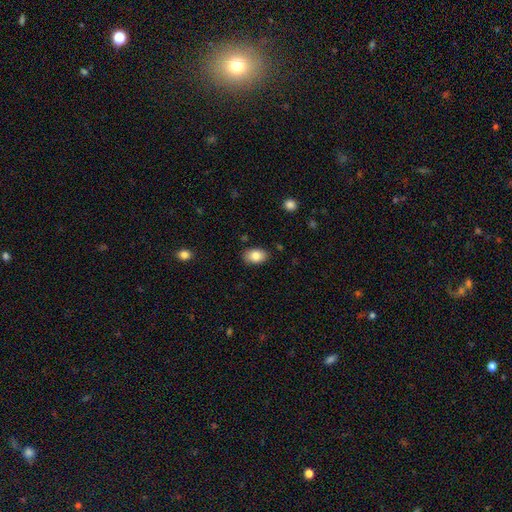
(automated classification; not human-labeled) Smooth or featured: smooth — 83% (featured or disk — 9%)
How rounded: in between — 86% (round — 12%)
Merging: none — 86% (minor disturbance — 11%)